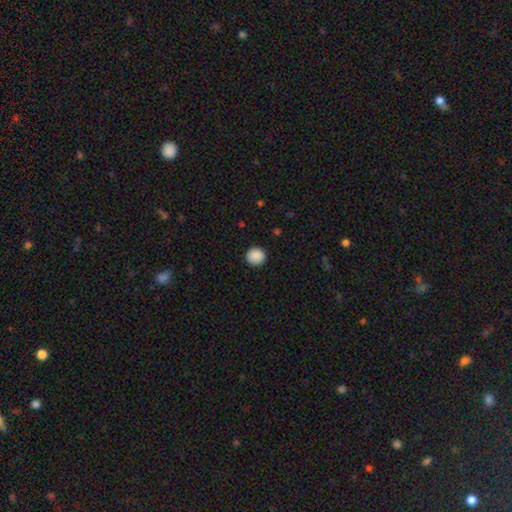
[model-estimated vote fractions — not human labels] This appears to be a smooth galaxy with no disk features (90%) that is round (91%). Merging: none (90%).